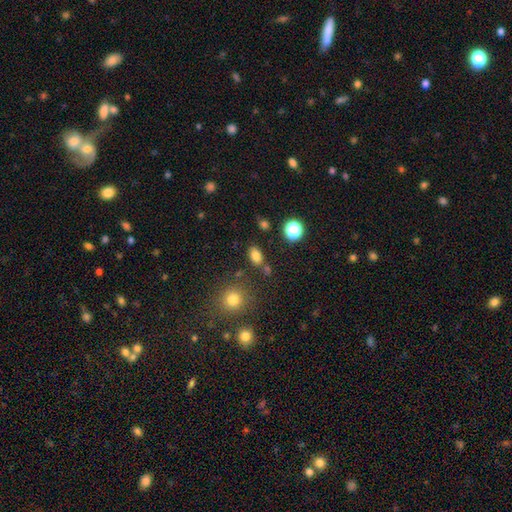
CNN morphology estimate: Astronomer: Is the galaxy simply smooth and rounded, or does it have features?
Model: smooth — 80%.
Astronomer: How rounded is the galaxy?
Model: in between — 82%.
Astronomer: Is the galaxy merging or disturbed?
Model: none — 75%.